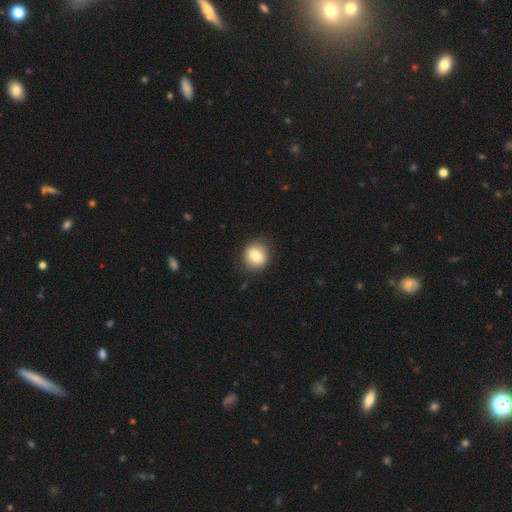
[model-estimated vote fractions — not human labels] This appears to be a smooth galaxy with no disk features (82%) that is round (90%). Merging: none (88%).